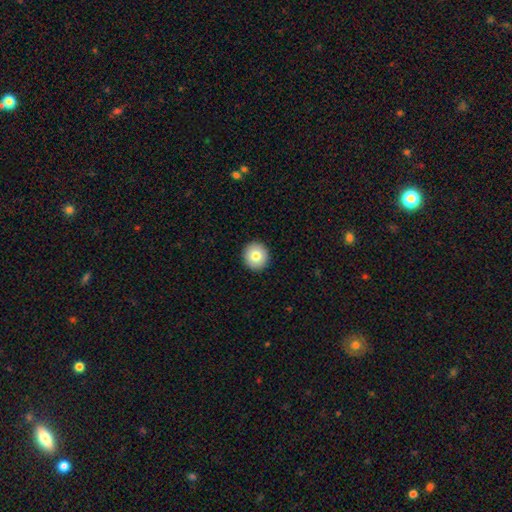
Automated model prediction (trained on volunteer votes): Q: Smooth or featured?
A: smooth (81%); runner-up: featured or disk (11%)
Q: How rounded?
A: round (90%); runner-up: in between (9%)
Q: Merging?
A: none (93%); runner-up: minor disturbance (5%)